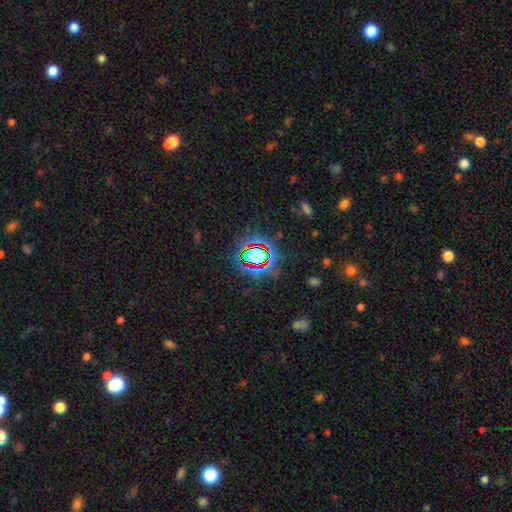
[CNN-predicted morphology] star or artifact 70%, smooth 19%, featured or disk 11%.